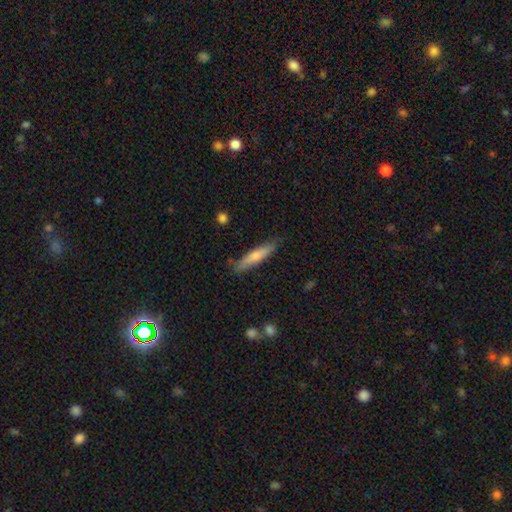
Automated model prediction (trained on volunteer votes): Overall: smooth (59%; featured or disk 35%). How rounded: cigar-shaped (87%). Merging: none (84%).